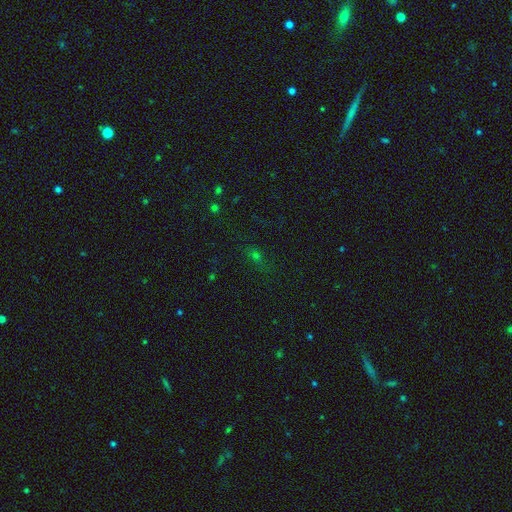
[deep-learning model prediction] Smooth or featured: star or artifact — 47% (smooth — 38%)